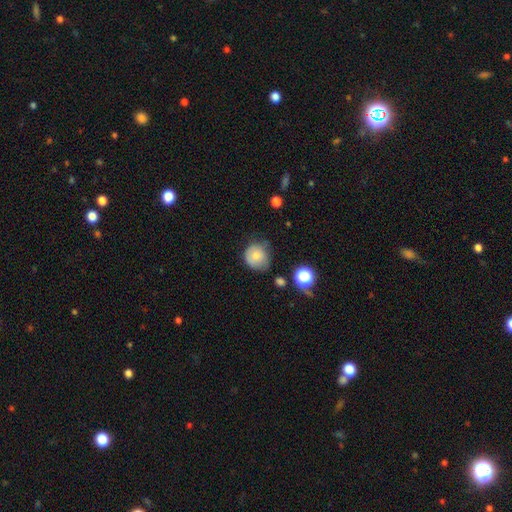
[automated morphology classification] smooth_or_featured: smooth (p=0.73) [alt: featured or disk p=0.16]
how_rounded: round (p=0.82) [alt: in between p=0.18]
merging: none (p=0.53) [alt: minor disturbance p=0.34]